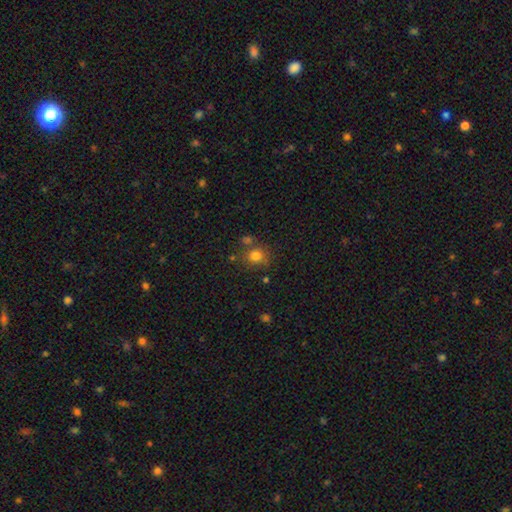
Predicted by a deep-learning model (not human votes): Smooth or featured? Predicted: smooth (p=0.79). How rounded? Predicted: round (p=0.80). Merging? Predicted: none (p=0.67).